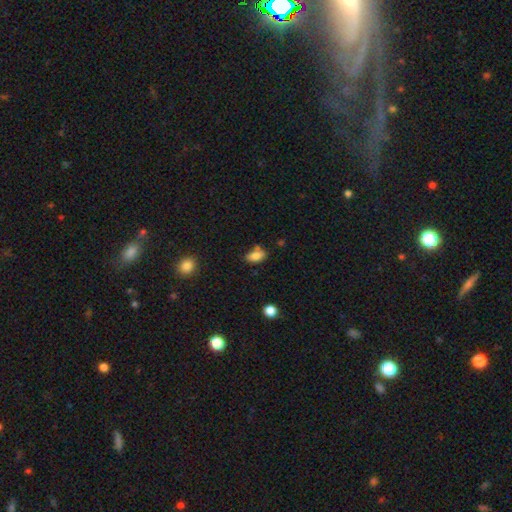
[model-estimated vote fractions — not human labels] This appears to be a smooth galaxy with no disk features (82%) that is in between round and cigar-shaped (90%). Merging: none (61%).